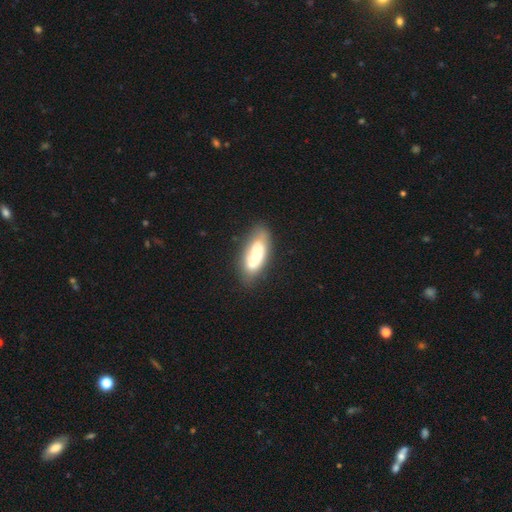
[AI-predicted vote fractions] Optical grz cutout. It shows a featured or disk galaxy (55%). Merging: none (69%).